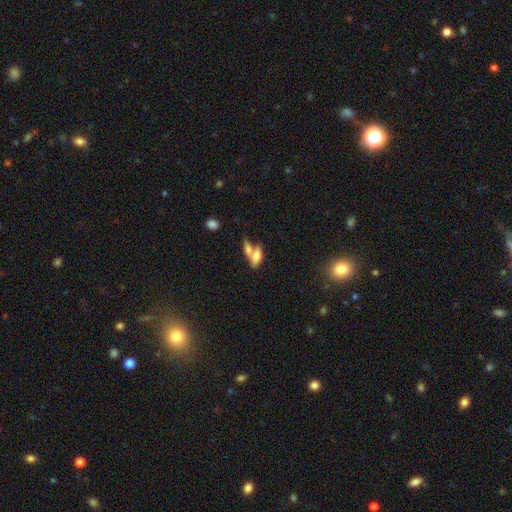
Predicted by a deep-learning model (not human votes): Smooth or featured? smooth (63%)
How rounded? in between (77%)
Merging? merger (52%)